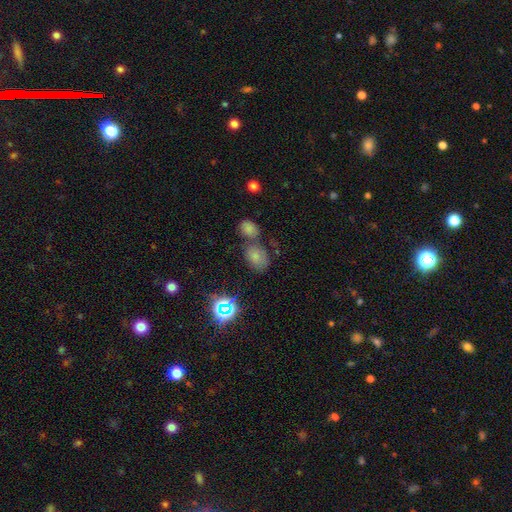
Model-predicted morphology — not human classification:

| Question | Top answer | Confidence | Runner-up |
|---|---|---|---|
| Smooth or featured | smooth | 67% | star or artifact (21%) |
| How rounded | in between | 75% | round (23%) |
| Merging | none | 48% | merger (33%) |